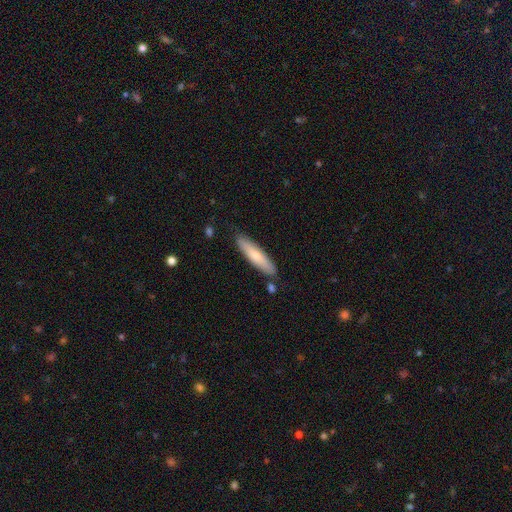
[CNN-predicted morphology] Smooth or featured?
  - smooth: 69% *
  - featured or disk: 25%
  - star or artifact: 5%
How rounded?
  - cigar-shaped: 79% *
  - in between: 20%
  - round: 1%
Merging?
  - none: 83% *
  - minor disturbance: 12%
  - merger: 3%
  - major disturbance: 2%